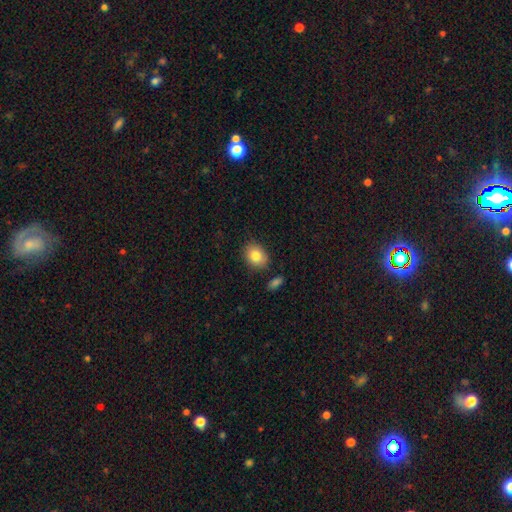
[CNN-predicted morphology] Smooth or featured? smooth (83%)
How rounded? in between (58%)
Merging? none (83%)